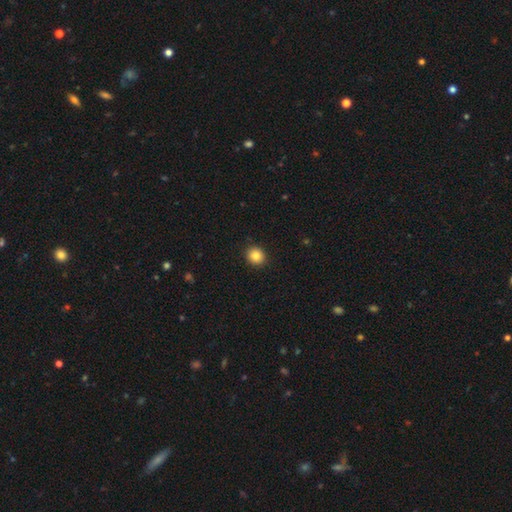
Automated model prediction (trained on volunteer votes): Smooth or featured?
  - smooth: 86% *
  - star or artifact: 10%
  - featured or disk: 5%
How rounded?
  - round: 84% *
  - in between: 15%
  - cigar-shaped: 1%
Merging?
  - none: 92% *
  - minor disturbance: 6%
  - major disturbance: 2%
  - merger: 1%